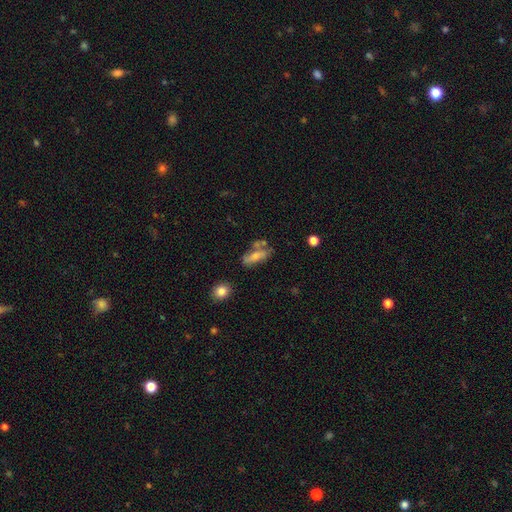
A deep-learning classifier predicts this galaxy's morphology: Q: Smooth or featured?
A: smooth (60%); runner-up: featured or disk (31%)
Q: How rounded?
A: in between (69%); runner-up: cigar-shaped (28%)
Q: Merging?
A: none (46%); runner-up: minor disturbance (23%)